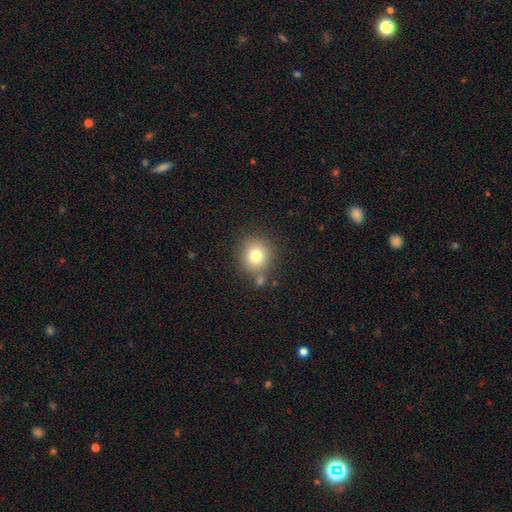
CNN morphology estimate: A smooth galaxy with no disk features (78%) that is round (89%). Merging: none (78%).